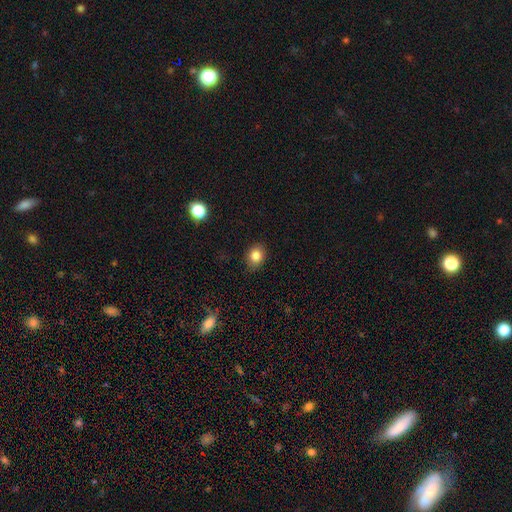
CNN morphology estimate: smooth 84%, star or artifact 10%, featured or disk 6%. Down the decision tree: how rounded — round (55%); merging — none (86%).